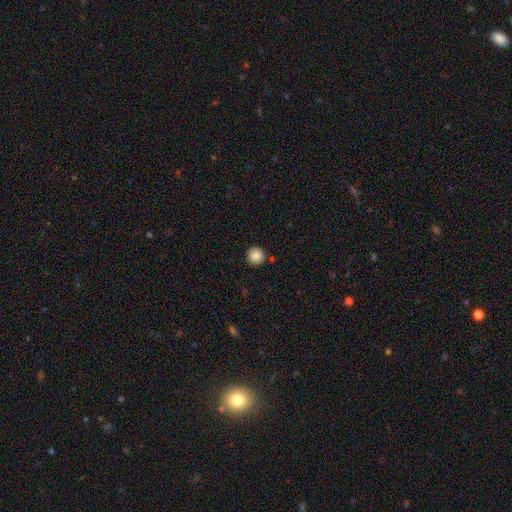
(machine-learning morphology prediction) Smooth or featured?
  - smooth: 87% *
  - star or artifact: 9%
  - featured or disk: 4%
How rounded?
  - round: 96% *
  - in between: 3%
  - cigar-shaped: 1%
Merging?
  - none: 90% *
  - minor disturbance: 6%
  - merger: 3%
  - major disturbance: 2%